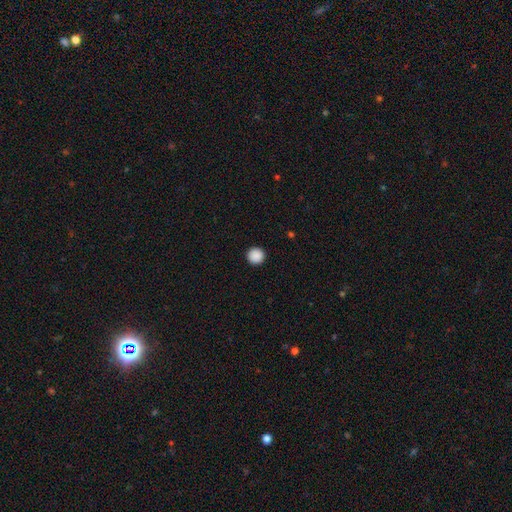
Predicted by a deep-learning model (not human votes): smooth-or-featured: smooth: 89% | star or artifact: 9% | featured or disk: 2%
  how-rounded: round: 96% | in between: 3% | cigar-shaped: 1%
  merging: none: 93% | minor disturbance: 4% | major disturbance: 1% | merger: 1%